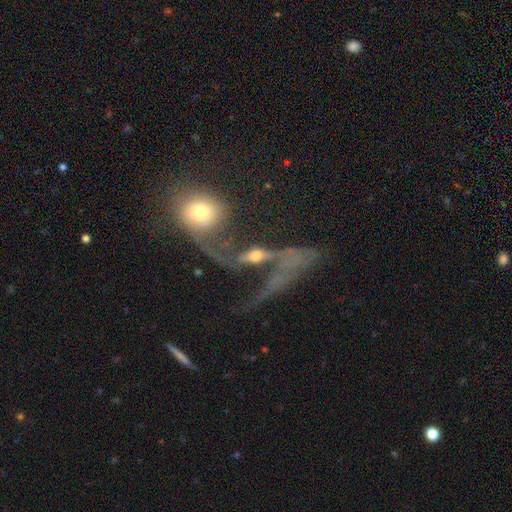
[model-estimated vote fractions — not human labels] Smooth or featured?
  - featured or disk: 68% *
  - smooth: 20%
  - star or artifact: 13%
Edge-on disk?
  - no: 65% *
  - yes: 35%
Merging?
  - merger: 38% *
  - major disturbance: 25%
  - none: 24%
  - minor disturbance: 13%